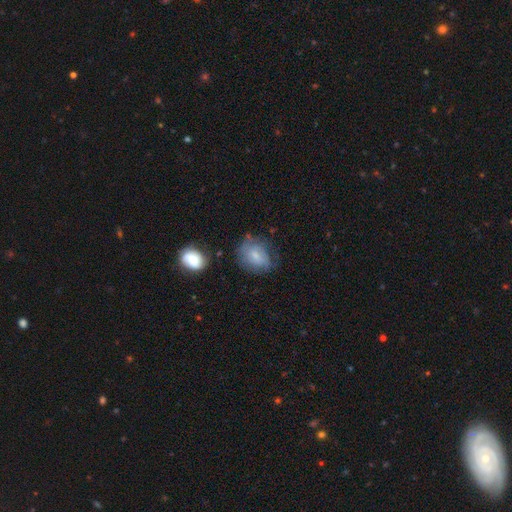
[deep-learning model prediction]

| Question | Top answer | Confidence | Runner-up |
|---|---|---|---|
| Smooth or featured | smooth | 65% | featured or disk (27%) |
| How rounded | in between | 58% | round (40%) |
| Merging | none | 58% | minor disturbance (27%) |